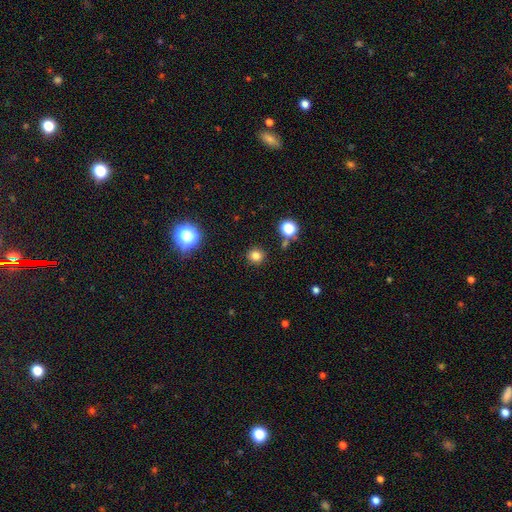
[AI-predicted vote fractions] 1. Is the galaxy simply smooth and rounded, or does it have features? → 80% smooth, 16% star or artifact, 5% featured or disk.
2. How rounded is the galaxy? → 92% round, 7% in between, 1% cigar-shaped.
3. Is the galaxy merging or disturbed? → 90% none, 6% minor disturbance, 2% merger, 2% major disturbance.